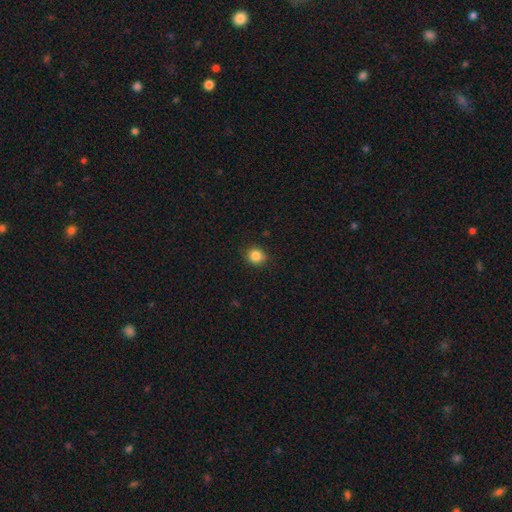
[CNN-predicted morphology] Smooth or featured: smooth — 85% (star or artifact — 11%)
How rounded: round — 85% (in between — 14%)
Merging: none — 87% (minor disturbance — 10%)